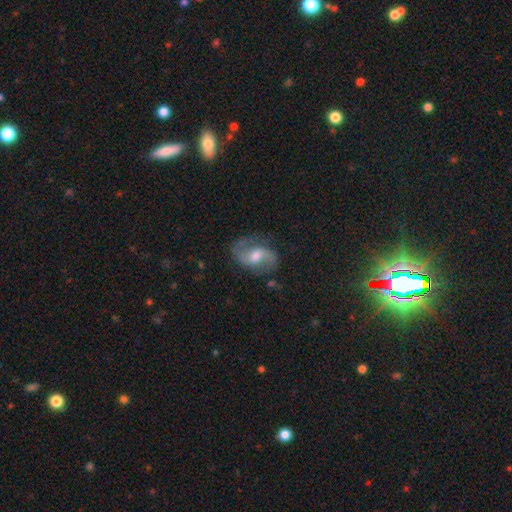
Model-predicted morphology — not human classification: Smooth or featured? Predicted: featured or disk (p=0.82). Edge-on disk? Predicted: no (p=0.97). Bar? Predicted: weak (p=0.53). Spiral arms? Predicted: yes (p=0.95). Spiral winding? Predicted: medium (p=0.50). Spiral arm count? Predicted: 2 (p=0.91). Bulge size? Predicted: moderate (p=0.62). Merging? Predicted: none (p=0.75).